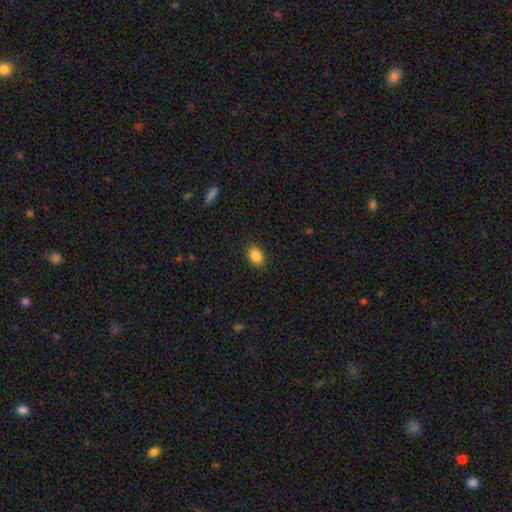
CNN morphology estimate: Smooth or featured: smooth — 86% (star or artifact — 9%)
How rounded: in between — 74% (round — 25%)
Merging: none — 88% (minor disturbance — 9%)